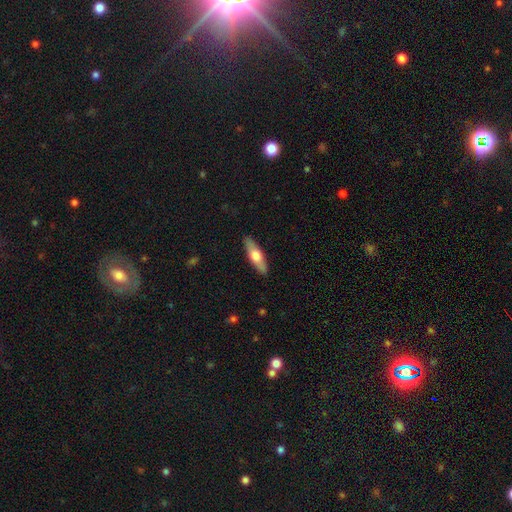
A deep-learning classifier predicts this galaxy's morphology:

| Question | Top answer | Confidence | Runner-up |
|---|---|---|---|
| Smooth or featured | smooth | 55% | featured or disk (40%) |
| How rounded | cigar-shaped | 58% | in between (40%) |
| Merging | none | 89% | minor disturbance (8%) |